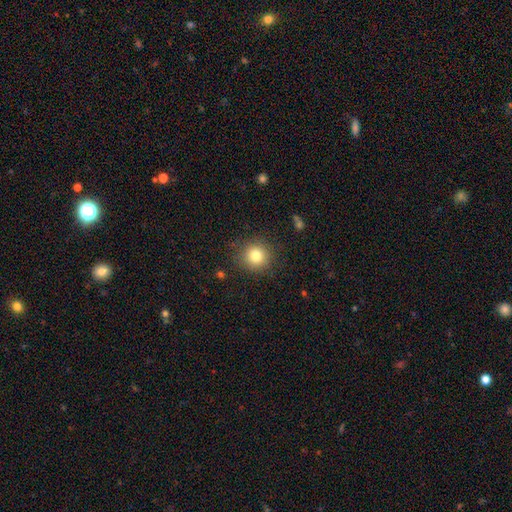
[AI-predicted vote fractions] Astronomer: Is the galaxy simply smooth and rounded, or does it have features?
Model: smooth — 80%.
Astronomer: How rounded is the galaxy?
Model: round — 91%.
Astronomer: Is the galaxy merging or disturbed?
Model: none — 88%.